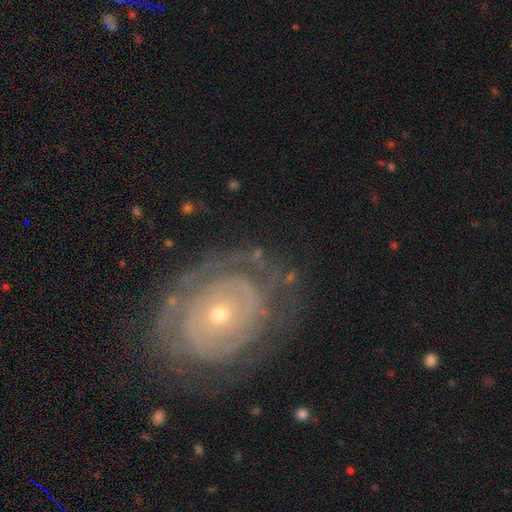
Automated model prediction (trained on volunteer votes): Morphology: type=featured or disk (78%); edge-on=no (96%); bar=no (82%); spiral arms=yes (81%); winding=tight (78%); arm count=can't tell (44%); bulge=small (68%); merging=none (68%).